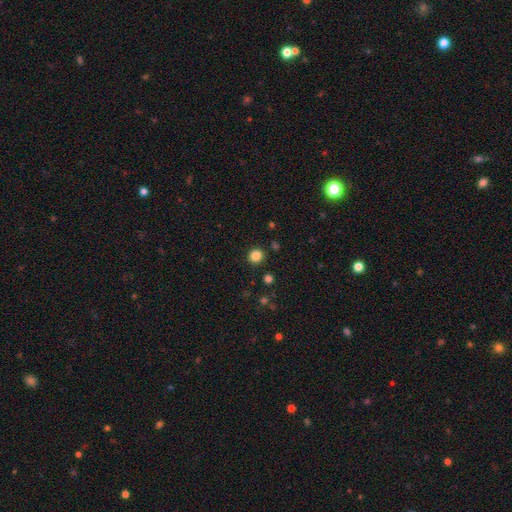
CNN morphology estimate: smooth_or_featured: smooth (p=0.84) [alt: star or artifact p=0.12]
how_rounded: round (p=0.91) [alt: in between p=0.08]
merging: none (p=0.91) [alt: minor disturbance p=0.05]